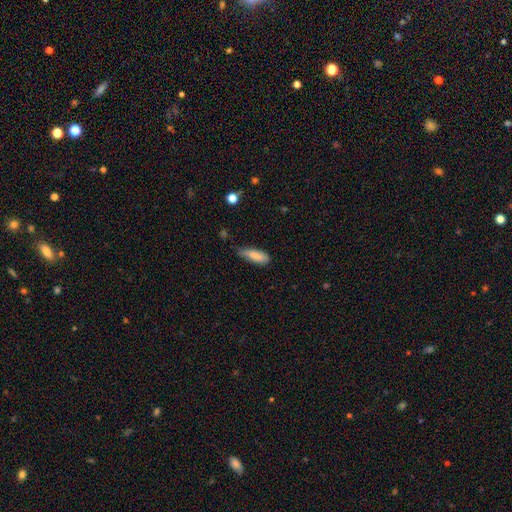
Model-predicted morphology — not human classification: Smooth or featured?
  - smooth: 82% *
  - featured or disk: 11%
  - star or artifact: 7%
How rounded?
  - in between: 56% *
  - cigar-shaped: 42%
  - round: 2%
Merging?
  - none: 55% *
  - minor disturbance: 37%
  - major disturbance: 6%
  - merger: 2%